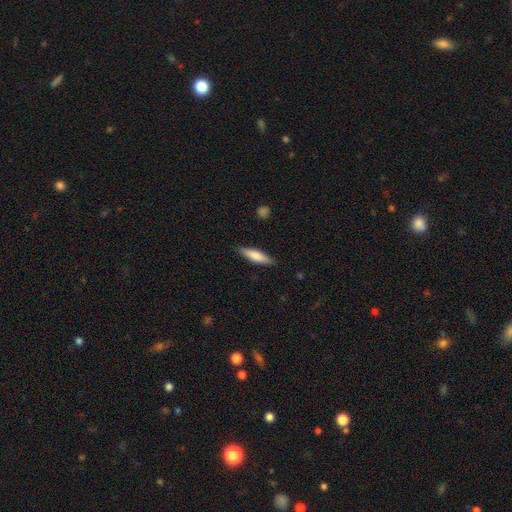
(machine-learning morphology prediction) This appears to be a smooth galaxy with no disk features (78%) that is cigar-shaped (65%). Merging: none (88%).